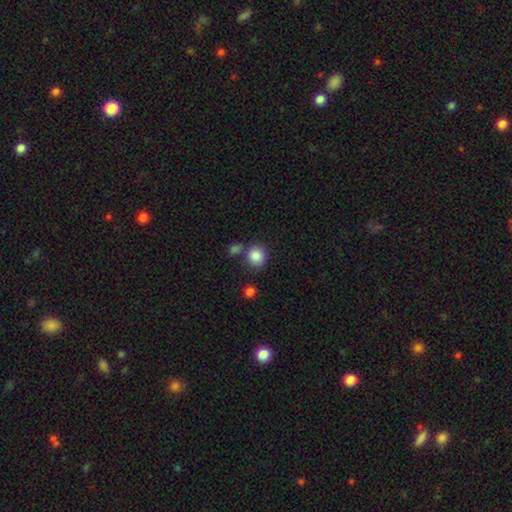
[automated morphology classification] Smooth or featured: smooth — 85% (star or artifact — 10%)
How rounded: round — 86% (in between — 13%)
Merging: none — 73% (merger — 13%)